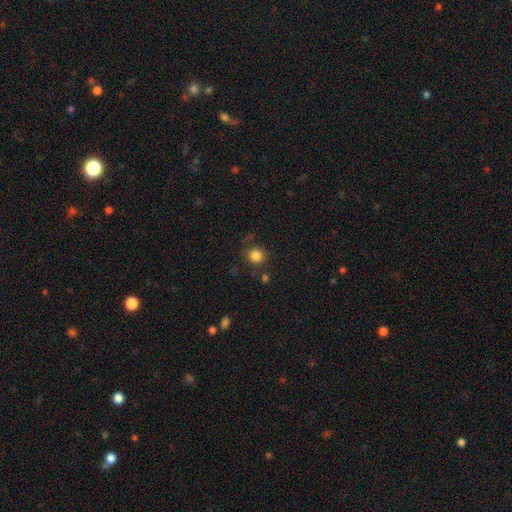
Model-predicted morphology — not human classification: Overall: smooth (83%). How rounded: round (89%). Merging: none (81%).